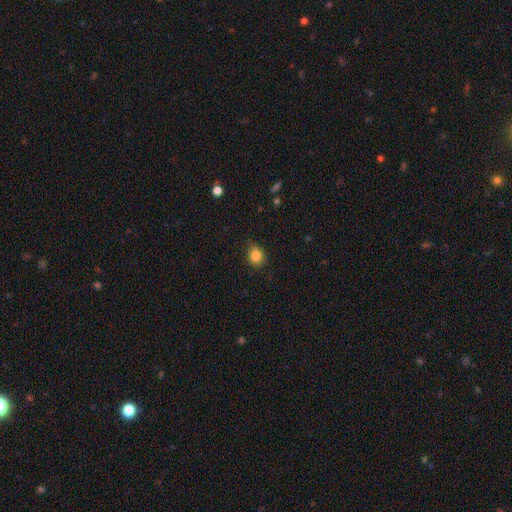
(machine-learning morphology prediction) smooth 84%, star or artifact 10%, featured or disk 5%. Down the decision tree: how rounded — round (56%); merging — none (77%).